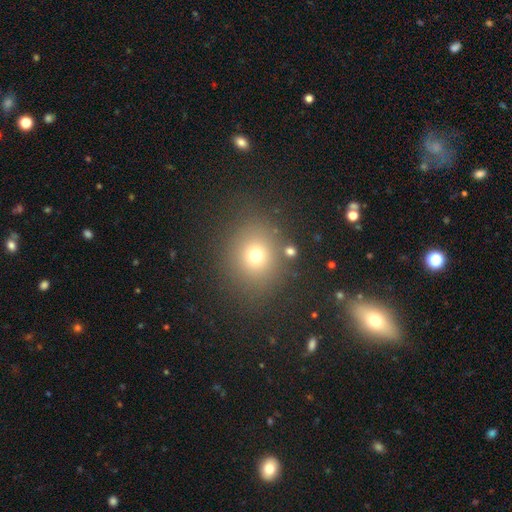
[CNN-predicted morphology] This appears to be a smooth galaxy with no disk features (70%) that is round (74%). Merging: none (81%).